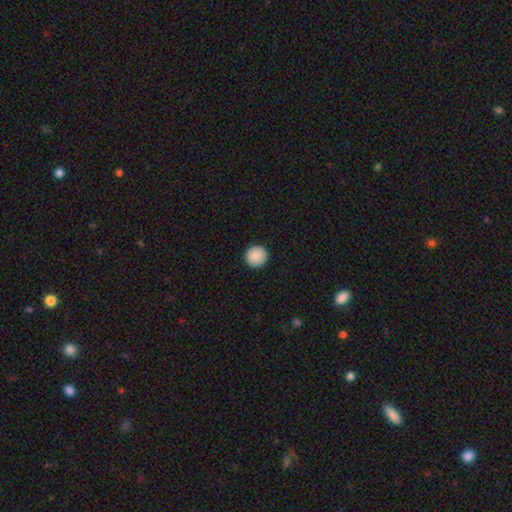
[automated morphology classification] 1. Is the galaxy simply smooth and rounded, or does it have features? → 89% smooth, 8% star or artifact, 3% featured or disk.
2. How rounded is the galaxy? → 96% round, 3% in between, 1% cigar-shaped.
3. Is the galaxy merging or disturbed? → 93% none, 4% minor disturbance, 1% major disturbance, 1% merger.